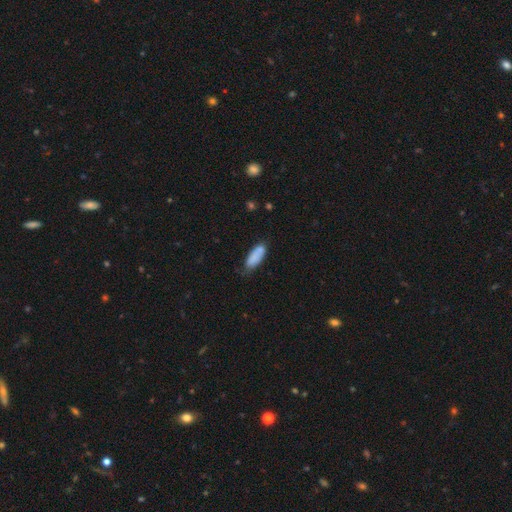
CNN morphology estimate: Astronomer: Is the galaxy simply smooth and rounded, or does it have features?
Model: smooth — 84%.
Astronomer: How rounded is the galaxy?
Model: in between — 72%.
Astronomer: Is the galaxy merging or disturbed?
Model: none — 60%.